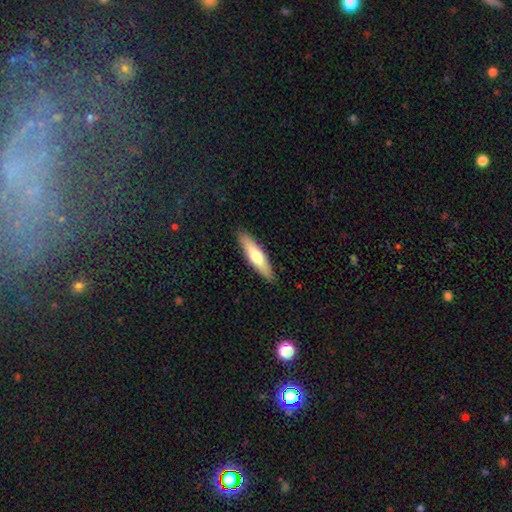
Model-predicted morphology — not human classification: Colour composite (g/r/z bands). It shows a smooth galaxy with no disk features (62%) that is cigar-shaped (74%). Merging: none (89%).